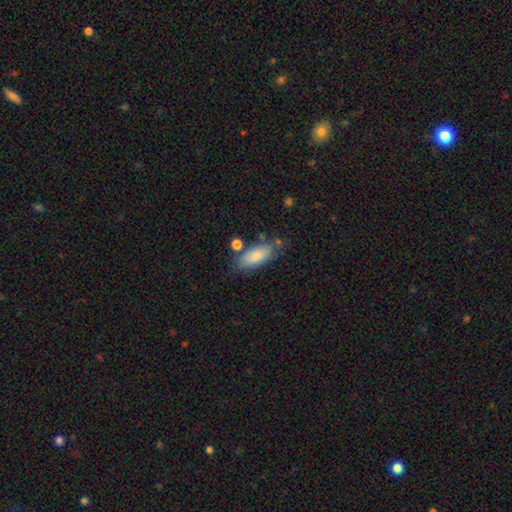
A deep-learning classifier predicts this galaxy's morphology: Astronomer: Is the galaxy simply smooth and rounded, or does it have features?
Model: smooth — 83%.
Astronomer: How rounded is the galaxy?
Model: in between — 80%.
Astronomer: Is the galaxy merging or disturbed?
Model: none — 69%.